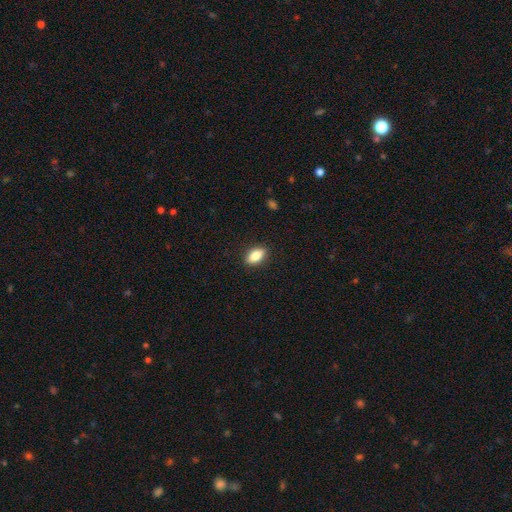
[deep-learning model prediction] A smooth galaxy with no disk features (84%) that is in between round and cigar-shaped (88%).

Vote fractions:
- Smooth or featured? smooth: 84% / featured or disk: 9% / star or artifact: 7%
- How rounded? in between: 88% / cigar-shaped: 7% / round: 5%
- Merging? none: 88% / minor disturbance: 9% / major disturbance: 2% / merger: 1%